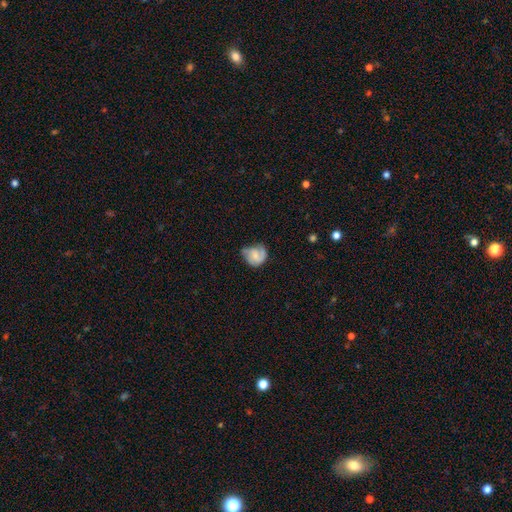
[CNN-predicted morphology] Smooth or featured: featured or disk — 52% (smooth — 41%)
Edge-on disk: no — 98% (yes — 2%)
Bar: no — 54% (weak — 38%)
Spiral arms: yes — 83% (no — 17%)
Bulge size: small — 44% (moderate — 33%)
Merging: none — 44% (minor disturbance — 36%)